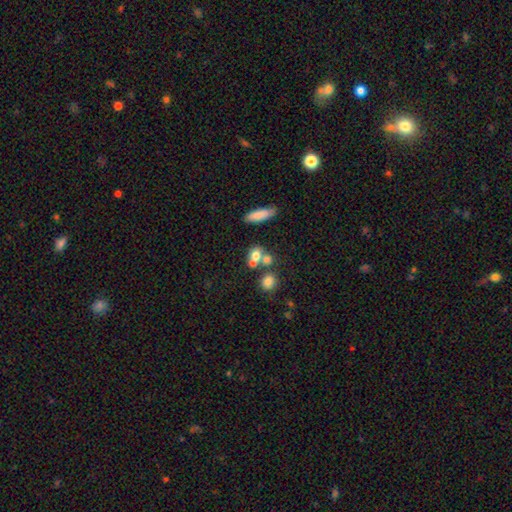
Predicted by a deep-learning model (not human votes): A smooth galaxy with no disk features (68%) that is round (58%). Merging: merger (48%).